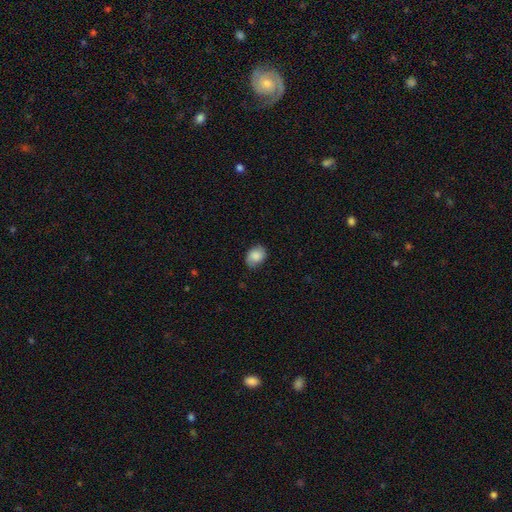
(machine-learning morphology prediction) The model was most divided on "how rounded": in between: 63%, round: 36%, cigar-shaped: 1%. More confident: smooth or featured — smooth (83%); merging — none (75%).